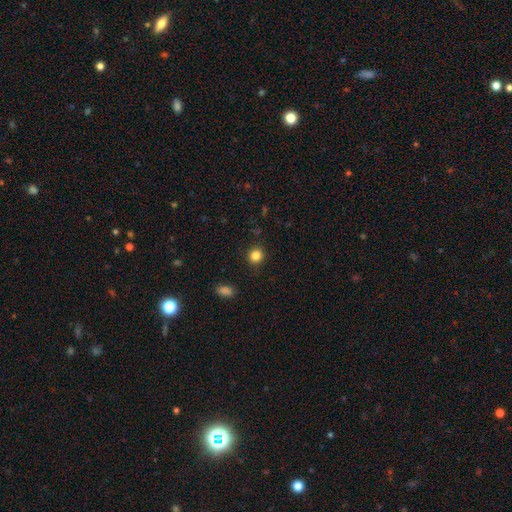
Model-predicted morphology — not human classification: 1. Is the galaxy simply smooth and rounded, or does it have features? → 84% smooth, 12% star or artifact, 4% featured or disk.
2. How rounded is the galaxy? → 87% round, 12% in between, 1% cigar-shaped.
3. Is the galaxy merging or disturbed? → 90% none, 7% minor disturbance, 2% major disturbance, 1% merger.